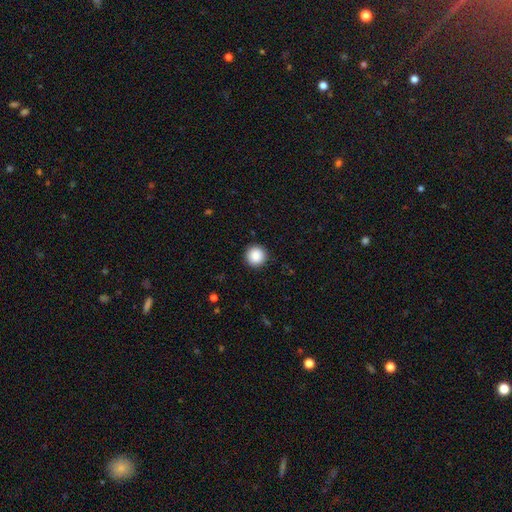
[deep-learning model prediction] A smooth galaxy with no disk features (88%) that is round (96%). Merging: none (92%).